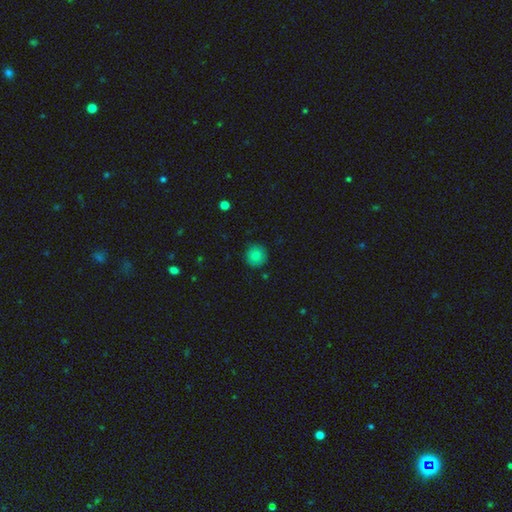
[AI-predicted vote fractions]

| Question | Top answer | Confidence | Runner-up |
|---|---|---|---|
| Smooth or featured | smooth | 80% | star or artifact (11%) |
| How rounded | round | 95% | in between (4%) |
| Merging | none | 90% | minor disturbance (7%) |